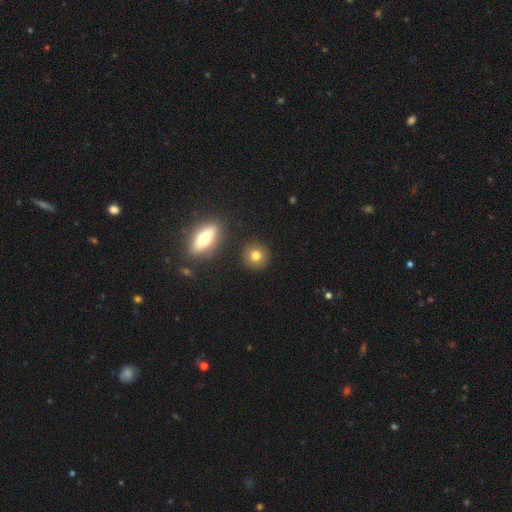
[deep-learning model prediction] smooth 79%, featured or disk 11%, star or artifact 10%. Down the decision tree: how rounded — round (88%); merging — none (87%).